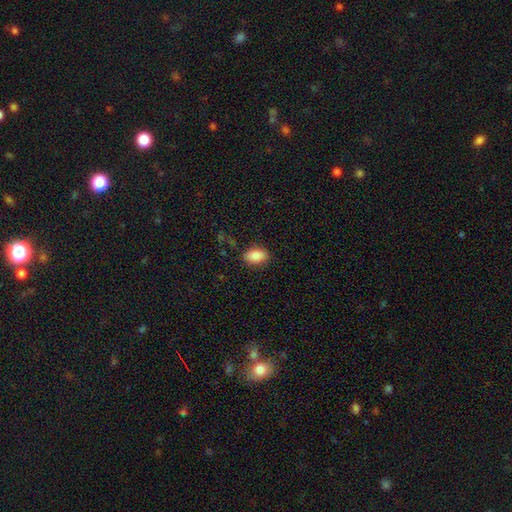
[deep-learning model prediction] A smooth galaxy with no disk features (88%) that is in between round and cigar-shaped (89%). Merging: none (83%).